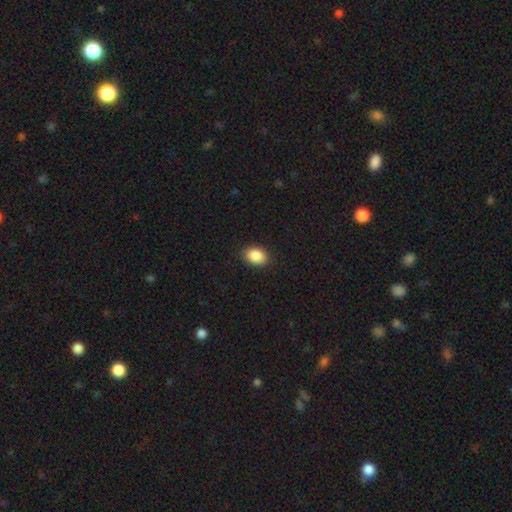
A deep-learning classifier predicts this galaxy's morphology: The model was most divided on "how rounded": in between: 73%, round: 26%, cigar-shaped: 1%. More confident: merging — none (89%); smooth or featured — smooth (89%).